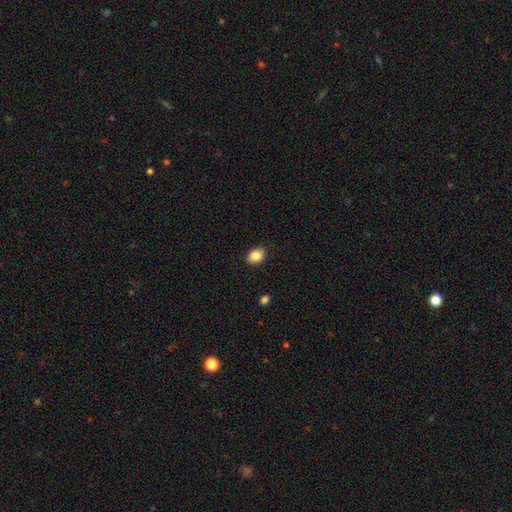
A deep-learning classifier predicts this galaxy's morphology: Smooth or featured? smooth (87%)
How rounded? in between (65%)
Merging? none (87%)